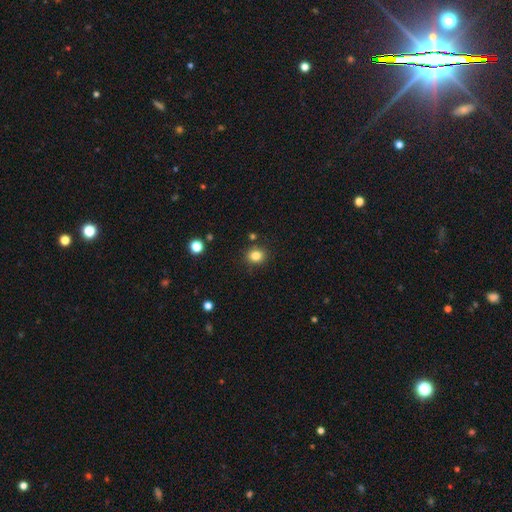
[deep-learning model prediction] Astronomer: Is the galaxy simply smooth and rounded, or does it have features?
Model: smooth — 83%.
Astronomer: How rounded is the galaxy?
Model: round — 69%.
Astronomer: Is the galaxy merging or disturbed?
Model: none — 85%.